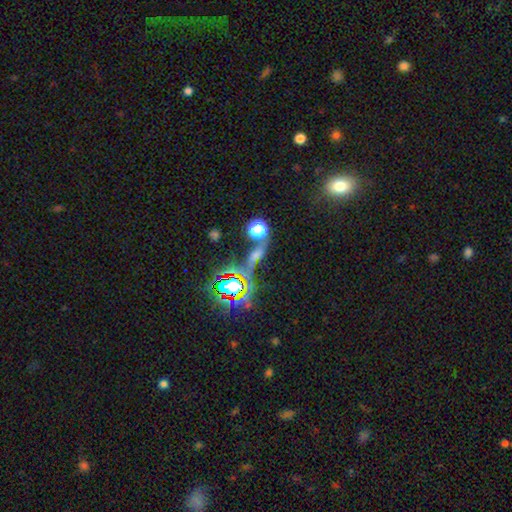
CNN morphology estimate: This is possibly a star or artifact rather than a galaxy (48%).